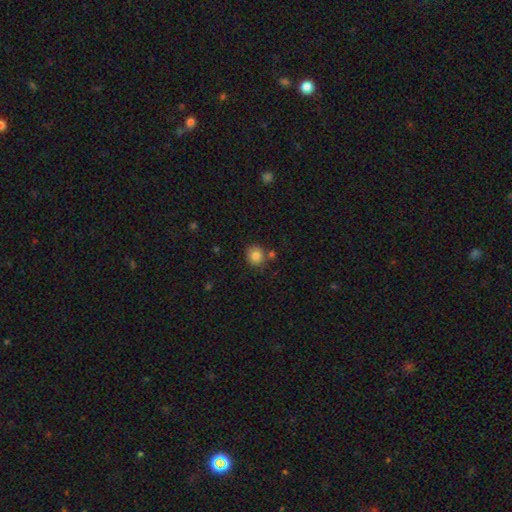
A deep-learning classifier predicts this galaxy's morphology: smooth 84%, star or artifact 10%, featured or disk 6%. Down the decision tree: how rounded — round (85%); merging — none (77%).